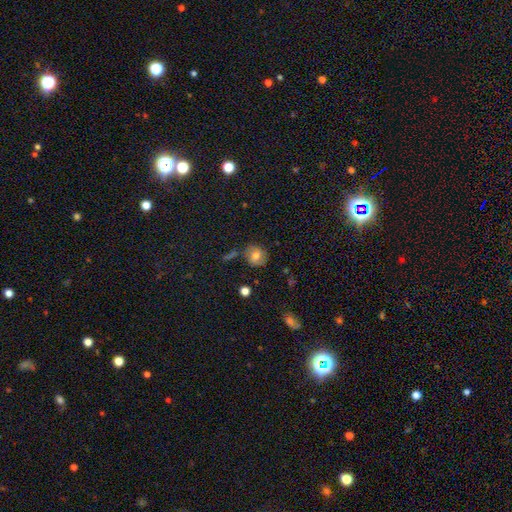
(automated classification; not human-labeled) A smooth galaxy with no disk features (71%) that is round (83%).

Vote fractions:
- Smooth or featured? smooth: 71% / featured or disk: 18% / star or artifact: 11%
- How rounded? round: 83% / in between: 16% / cigar-shaped: 1%
- Merging? none: 75% / minor disturbance: 16% / merger: 5% / major disturbance: 4%